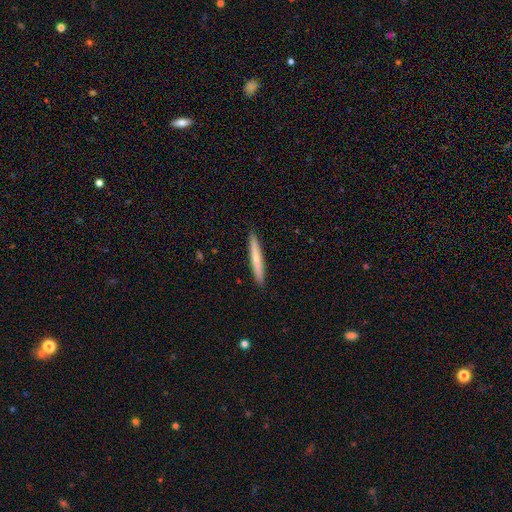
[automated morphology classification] smooth 66%, featured or disk 28%, star or artifact 5%. Down the decision tree: how rounded — cigar-shaped (97%); merging — none (93%).